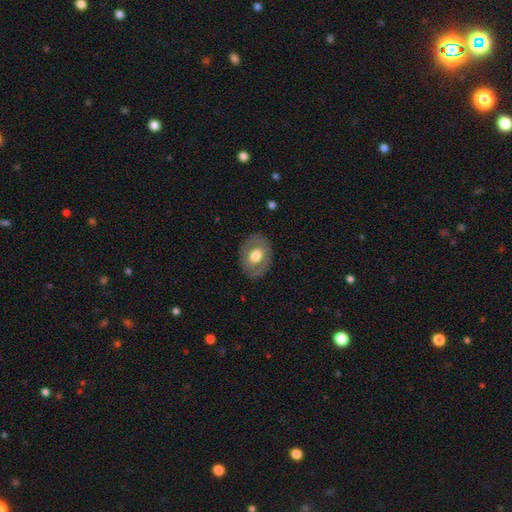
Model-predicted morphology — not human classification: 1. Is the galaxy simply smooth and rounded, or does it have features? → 54% smooth, 40% featured or disk, 6% star or artifact.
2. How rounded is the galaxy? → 64% in between, 35% round, 1% cigar-shaped.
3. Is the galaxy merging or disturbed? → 83% none, 12% minor disturbance, 5% major disturbance, 1% merger.